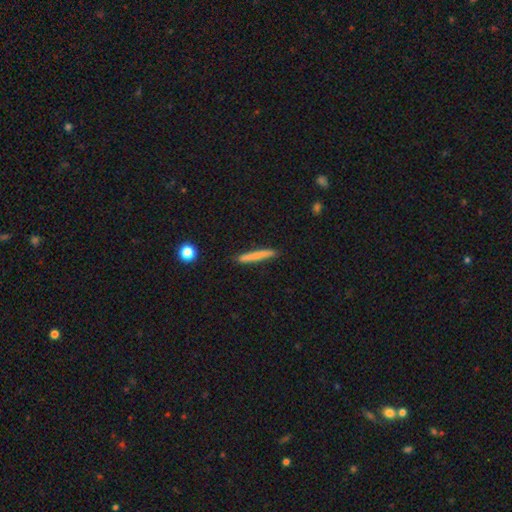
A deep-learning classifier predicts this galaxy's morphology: A smooth galaxy with no disk features (73%) that is cigar-shaped (96%). Merging: none (89%).